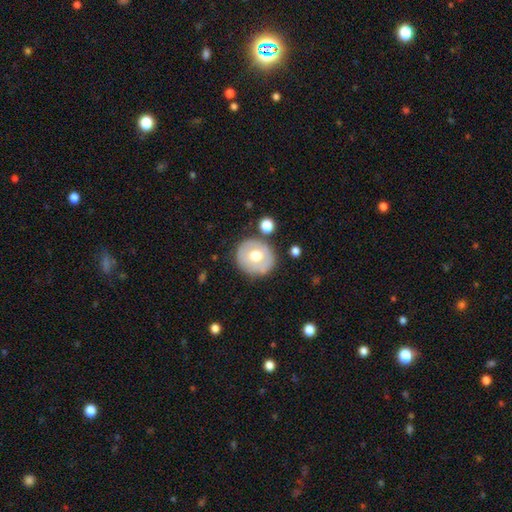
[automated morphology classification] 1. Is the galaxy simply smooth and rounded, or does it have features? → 57% smooth, 36% featured or disk, 7% star or artifact.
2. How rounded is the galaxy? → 84% round, 15% in between, 1% cigar-shaped.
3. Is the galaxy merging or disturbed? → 80% none, 12% minor disturbance, 5% merger, 4% major disturbance.